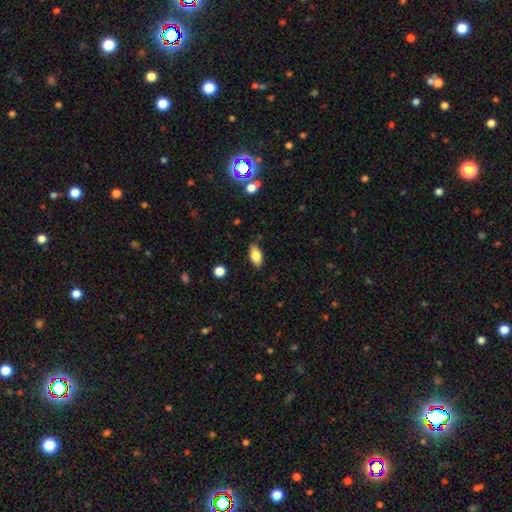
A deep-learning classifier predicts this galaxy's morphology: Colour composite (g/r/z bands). It shows a smooth galaxy with no disk features (81%) that is in between round and cigar-shaped (90%). Merging: none (84%).